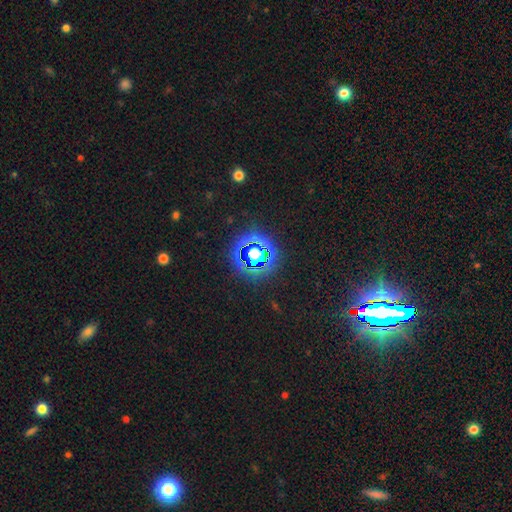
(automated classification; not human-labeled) Smooth or featured?
  - star or artifact: 82% *
  - smooth: 11%
  - featured or disk: 7%